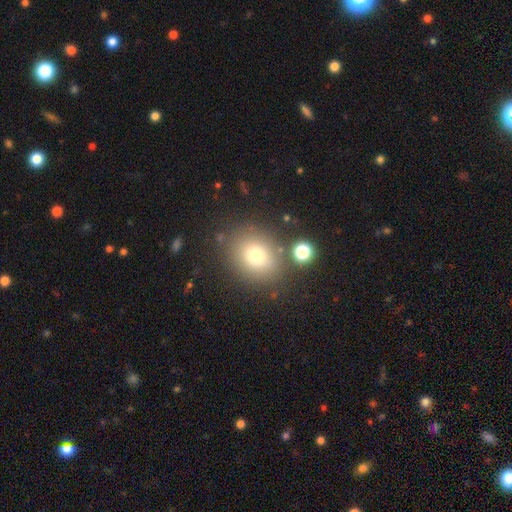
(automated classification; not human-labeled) A smooth galaxy with no disk features (74%) that is round (65%).

Vote fractions:
- Smooth or featured? smooth: 74% / star or artifact: 14% / featured or disk: 12%
- How rounded? round: 65% / in between: 34% / cigar-shaped: 1%
- Merging? none: 78% / minor disturbance: 11% / merger: 7% / major disturbance: 4%